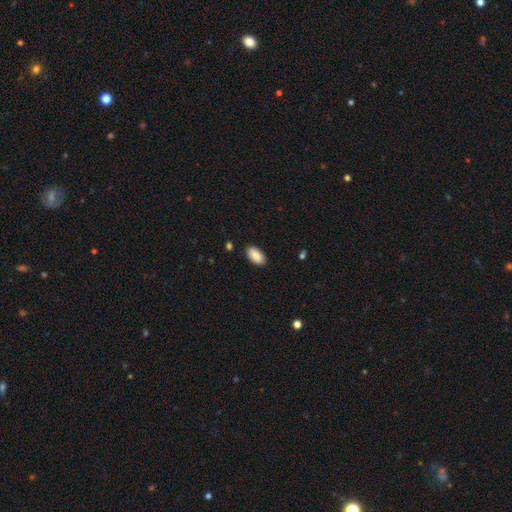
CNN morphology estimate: The model was most divided on "smooth or featured": smooth: 86%, featured or disk: 8%, star or artifact: 7%. More confident: how rounded — in between (94%); merging — none (89%).